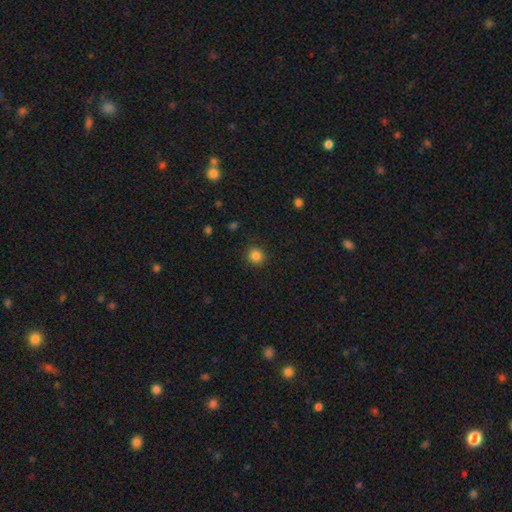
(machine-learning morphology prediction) A smooth galaxy with no disk features (84%) that is round (90%). Merging: none (89%).